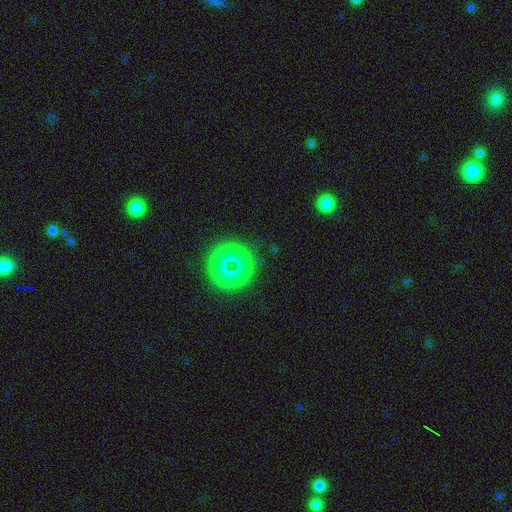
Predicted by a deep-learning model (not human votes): star or artifact 72%, smooth 20%, featured or disk 8%.